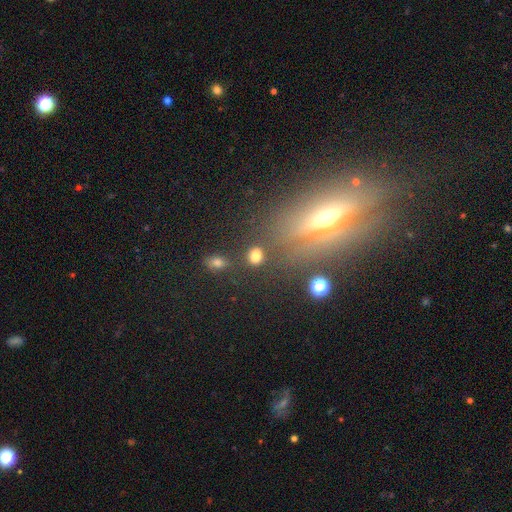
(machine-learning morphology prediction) This appears to be a smooth galaxy with no disk features (80%) that is round (53%). Merging: none (77%).